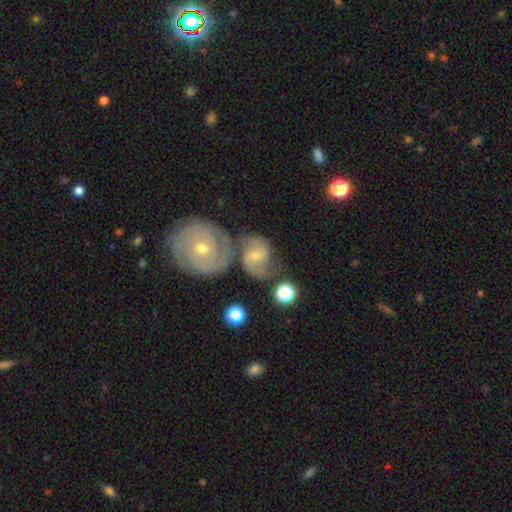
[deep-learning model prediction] smooth-or-featured: featured or disk: 76% | smooth: 16% | star or artifact: 8%
  disk-edge-on: no: 98% | yes: 2%
    bar: weak: 48% | no: 37% | strong: 15%
    has-spiral-arms: yes: 94% | no: 6%
      spiral-winding: medium: 50% | tight: 27% | loose: 23%
      spiral-arm-count: 2: 84% | can't tell: 7% | 3: 4% | 1: 2% | 4: 2% | more than 4: 2%
    bulge-size: small: 55% | moderate: 39% | large: 2% | none: 2% | dominant: 1%
  merging: none: 42% | merger: 34% | minor disturbance: 15% | major disturbance: 9%